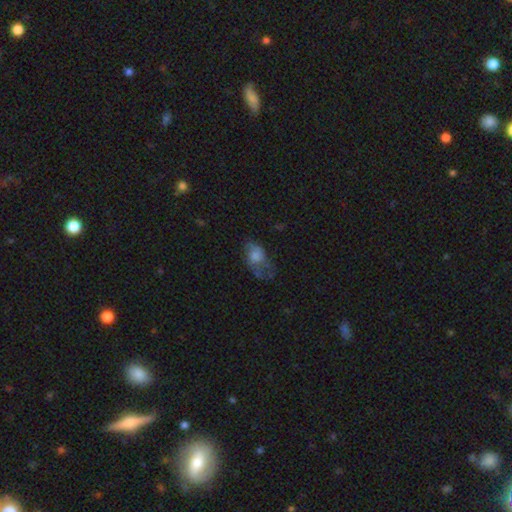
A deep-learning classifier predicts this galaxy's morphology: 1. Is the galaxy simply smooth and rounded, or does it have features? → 54% smooth, 35% featured or disk, 11% star or artifact.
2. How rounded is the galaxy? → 82% in between, 15% round, 3% cigar-shaped.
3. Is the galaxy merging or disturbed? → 40% none, 29% major disturbance, 29% minor disturbance, 3% merger.